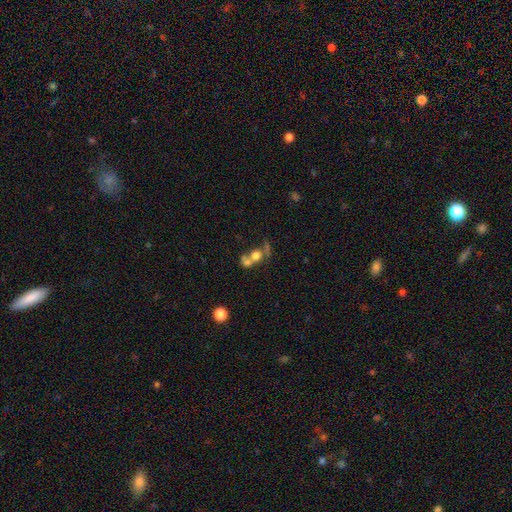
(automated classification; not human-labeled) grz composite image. It shows a smooth galaxy with no disk features (61%) that is round (68%). Merging: merger (64%).